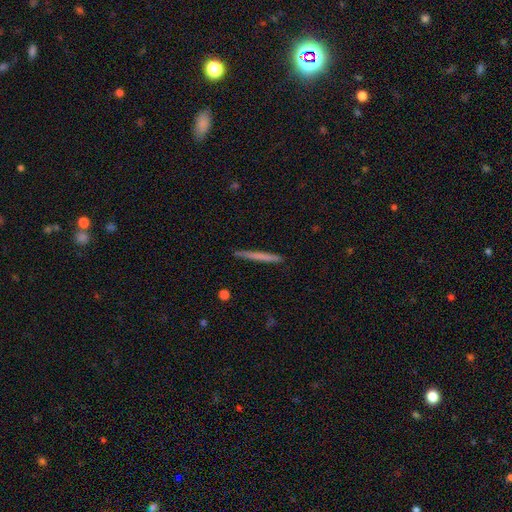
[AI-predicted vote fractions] This is marginally a featured or disk galaxy (40%, tied with smooth). Merging: clearly none (87%).